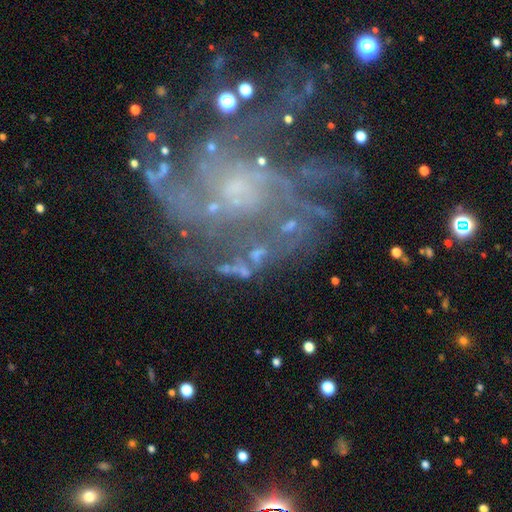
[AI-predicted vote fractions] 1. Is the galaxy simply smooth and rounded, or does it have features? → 74% featured or disk, 16% star or artifact, 11% smooth.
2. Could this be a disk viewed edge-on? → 97% no, 3% yes.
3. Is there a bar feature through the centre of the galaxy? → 63% no, 26% weak, 11% strong.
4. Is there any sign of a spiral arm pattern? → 85% yes, 15% no.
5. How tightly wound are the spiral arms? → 41% tight, 37% medium, 21% loose.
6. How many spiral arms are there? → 28% can't tell, 26% 2, 17% 3, 10% 4, 9% 1, 9% more than 4.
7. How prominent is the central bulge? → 46% small, 28% none, 19% moderate, 4% large, 2% dominant.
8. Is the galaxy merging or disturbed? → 49% none, 23% major disturbance, 19% minor disturbance, 9% merger.